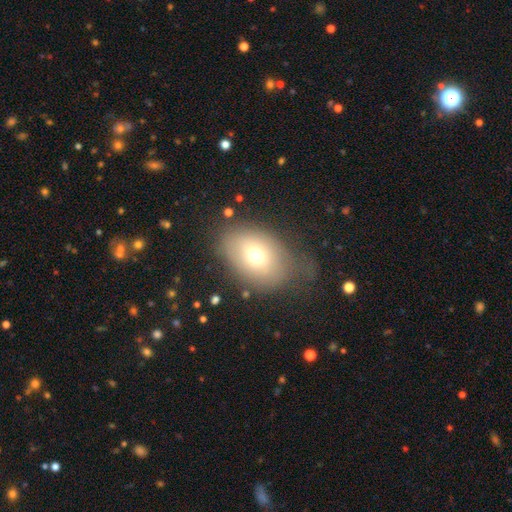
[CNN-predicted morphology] A smooth galaxy with no disk features (70%) that is in between round and cigar-shaped (77%). Merging: none (56%).